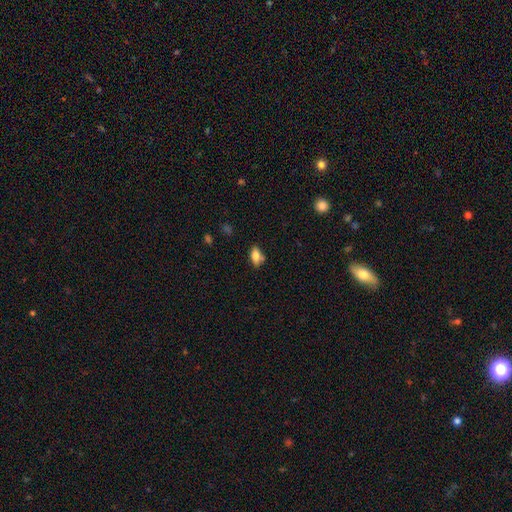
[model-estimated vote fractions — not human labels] smooth_or_featured: smooth (p=0.78) [alt: featured or disk p=0.13]
how_rounded: in between (p=0.87) [alt: round p=0.07]
merging: none (p=0.62) [alt: minor disturbance p=0.20]